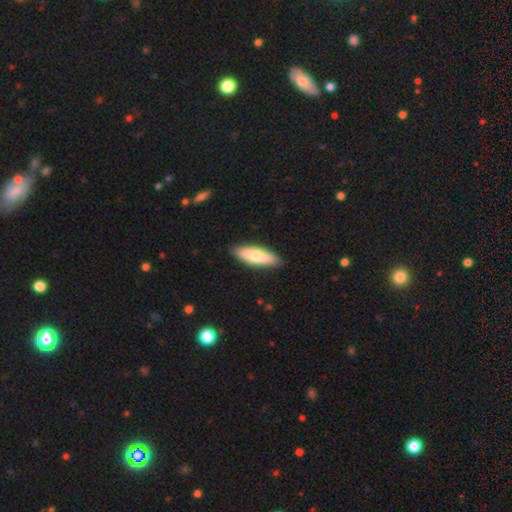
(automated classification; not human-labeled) A smooth galaxy with no disk features (68%) that is in between round and cigar-shaped (56%). Merging: none (87%).